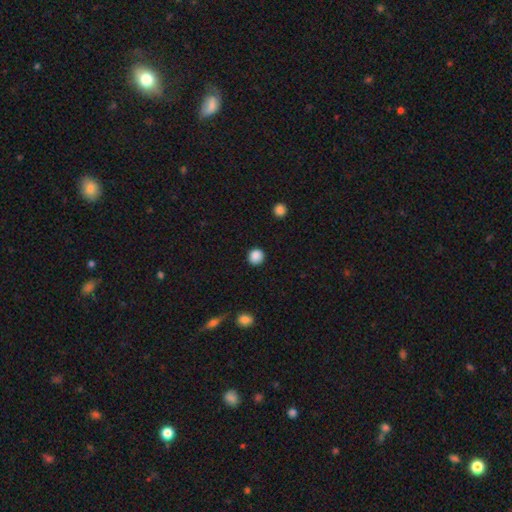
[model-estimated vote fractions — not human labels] Overall: smooth (88%). How rounded: round (91%). Merging: none (91%).